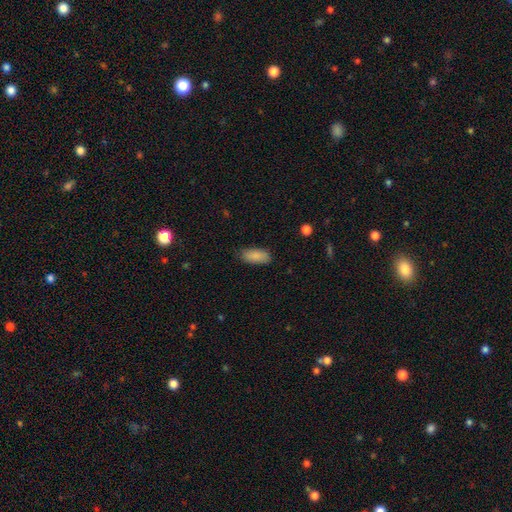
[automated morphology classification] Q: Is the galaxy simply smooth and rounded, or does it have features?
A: smooth — 88%.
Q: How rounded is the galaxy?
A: in between — 87%.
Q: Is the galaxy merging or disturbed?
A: none — 82%.